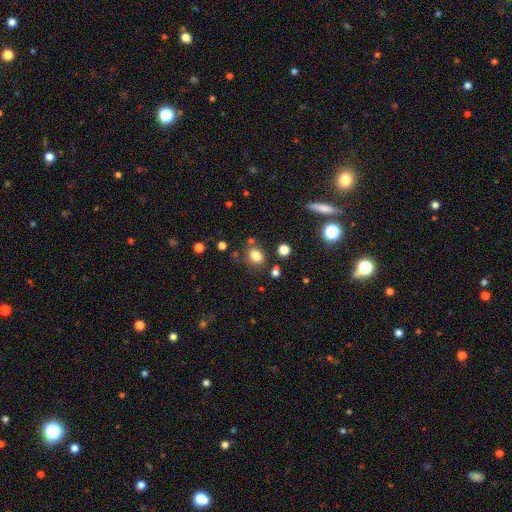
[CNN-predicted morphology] Smooth or featured: smooth — 81% (star or artifact — 13%)
How rounded: round — 55% (in between — 44%)
Merging: none — 76% (minor disturbance — 12%)